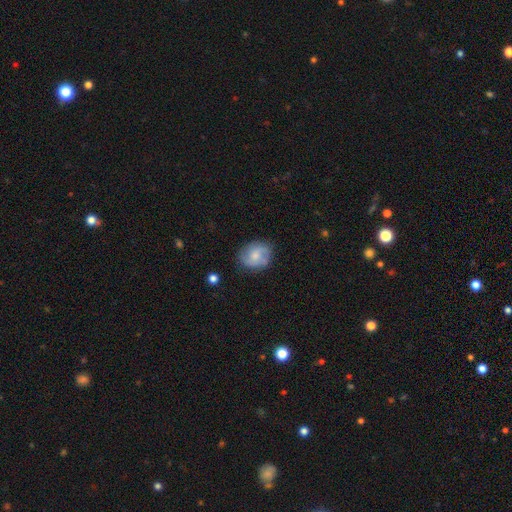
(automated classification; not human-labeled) smooth 55%, featured or disk 38%, star or artifact 7%. Down the decision tree: how rounded — round (65%); merging — none (73%).